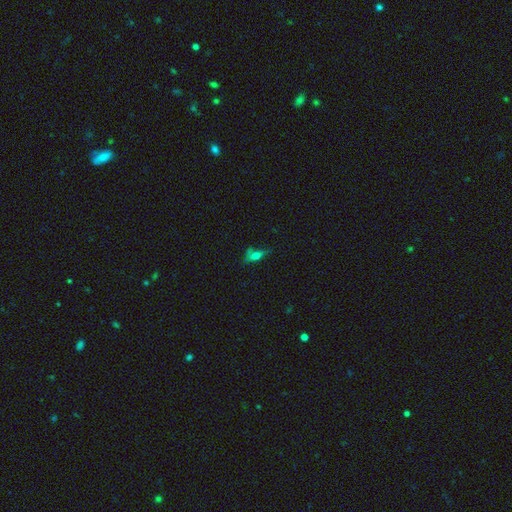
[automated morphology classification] smooth 49%, featured or disk 35%, star or artifact 16%. Down the decision tree: merging — none (47%).